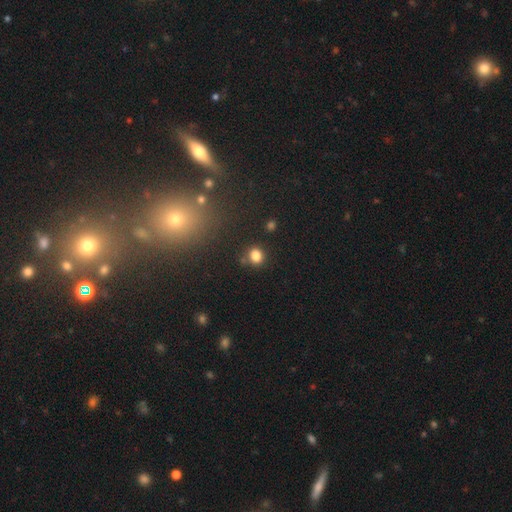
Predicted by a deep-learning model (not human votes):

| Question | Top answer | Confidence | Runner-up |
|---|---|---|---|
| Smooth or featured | smooth | 82% | star or artifact (13%) |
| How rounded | round | 78% | in between (20%) |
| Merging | none | 80% | minor disturbance (10%) |